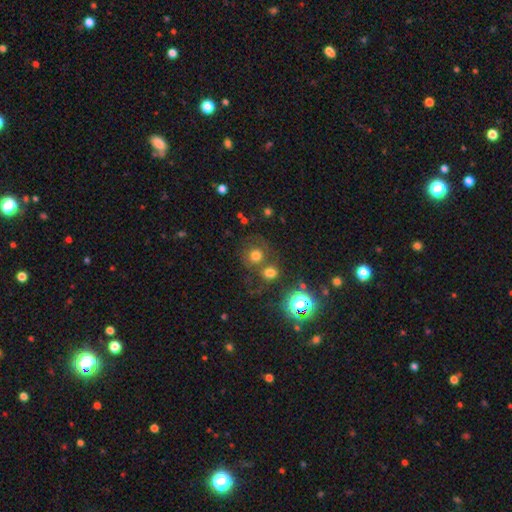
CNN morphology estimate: Overall: smooth (67%). How rounded: round (88%). Merging: none (59%; merger 25%).